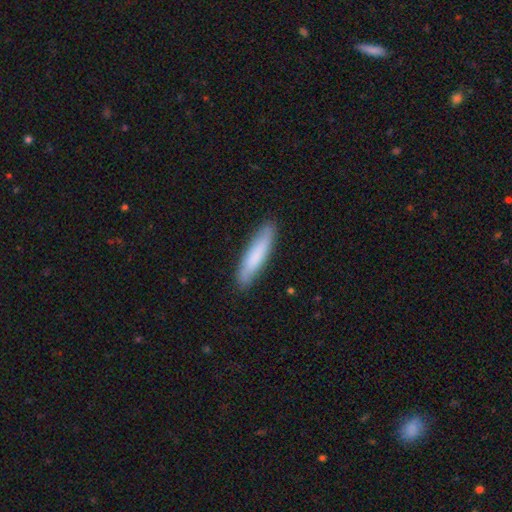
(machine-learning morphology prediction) Smooth or featured? smooth (78%)
How rounded? cigar-shaped (84%)
Merging? none (87%)